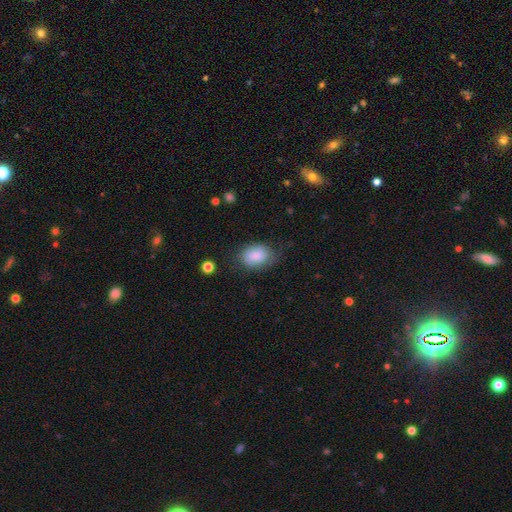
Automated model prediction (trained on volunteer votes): smooth_or_featured: smooth (p=0.79) [alt: featured or disk p=0.14]
how_rounded: in between (p=0.75) [alt: round p=0.24]
merging: none (p=0.61) [alt: minor disturbance p=0.27]